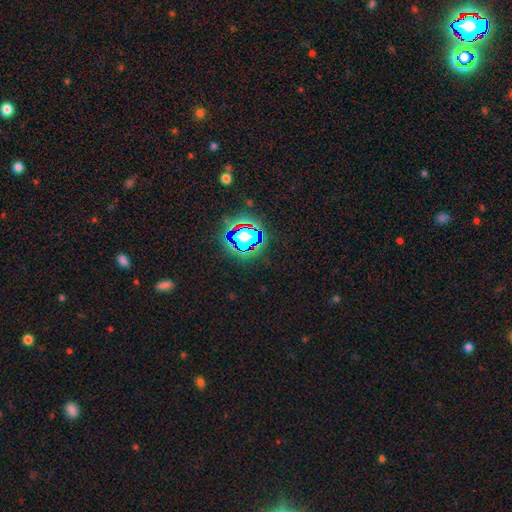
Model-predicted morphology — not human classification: The model was most divided on "smooth or featured": star or artifact: 82%, smooth: 11%, featured or disk: 7%.